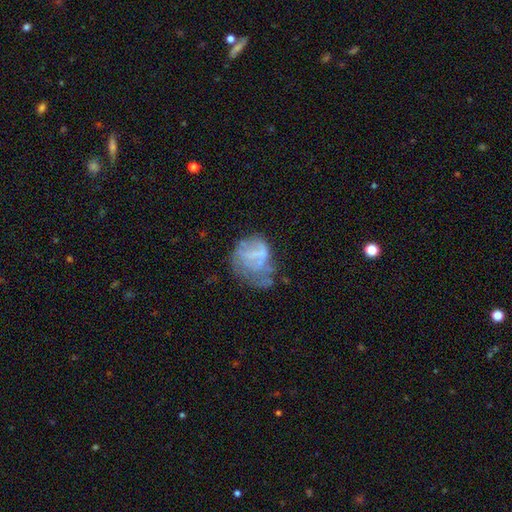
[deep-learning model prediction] The model was most divided on "merging": major disturbance: 36%, none: 32%, minor disturbance: 25%, merger: 7%. Remaining: smooth or featured — featured or disk (49%).